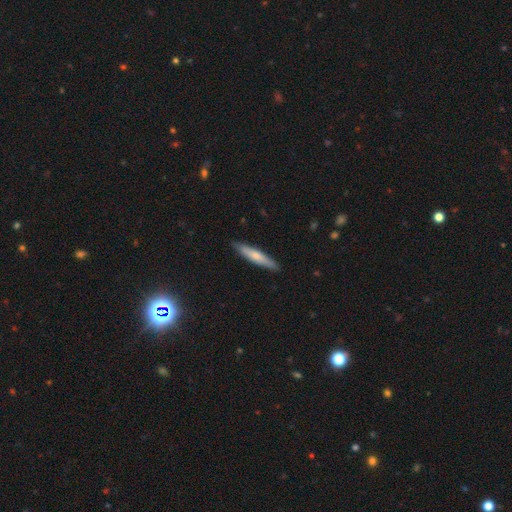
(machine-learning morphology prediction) Smooth or featured: smooth — 62% (featured or disk — 32%)
How rounded: cigar-shaped — 90% (in between — 9%)
Merging: none — 89% (minor disturbance — 9%)